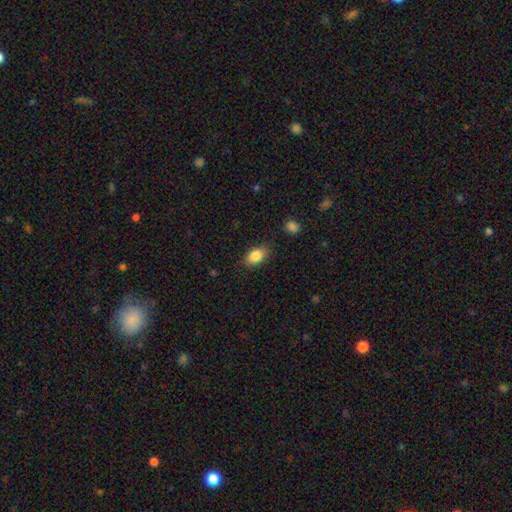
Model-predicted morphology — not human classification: smooth-or-featured: smooth: 86% | star or artifact: 8% | featured or disk: 6%
  how-rounded: in between: 88% | round: 9% | cigar-shaped: 2%
  merging: none: 83% | minor disturbance: 13% | major disturbance: 3% | merger: 1%